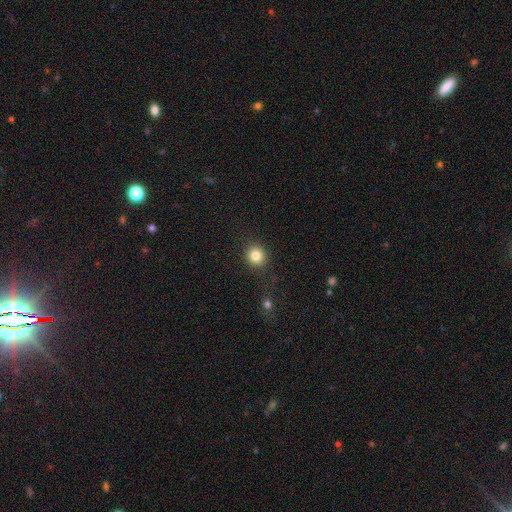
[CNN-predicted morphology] This appears to be a smooth galaxy with no disk features (84%) that is round (88%). Merging: none (86%).